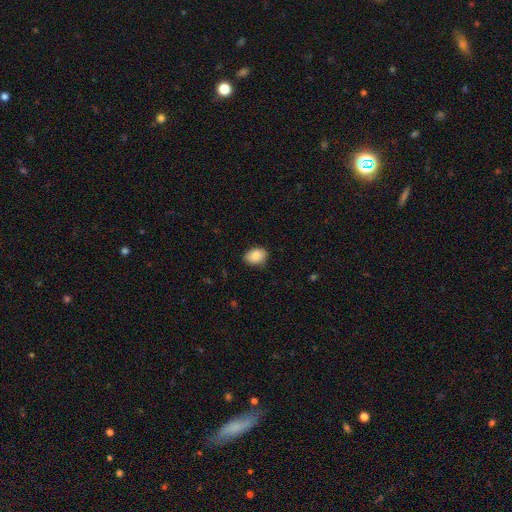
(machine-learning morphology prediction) smooth_or_featured: smooth (p=0.87) [alt: star or artifact p=0.07]
how_rounded: in between (p=0.75) [alt: round p=0.24]
merging: none (p=0.80) [alt: minor disturbance p=0.16]